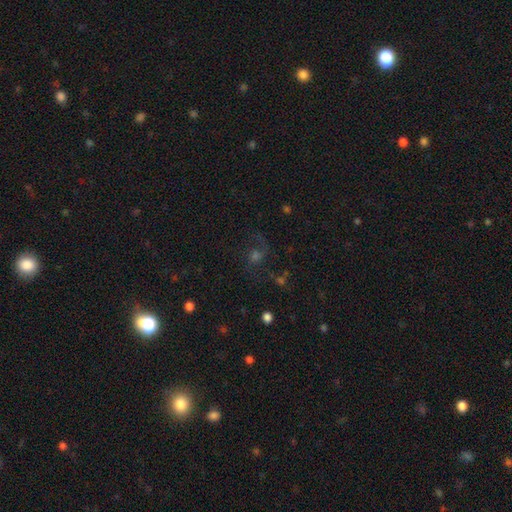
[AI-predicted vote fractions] Overall: featured or disk (42%; star or artifact 32%). Merging: none (61%).